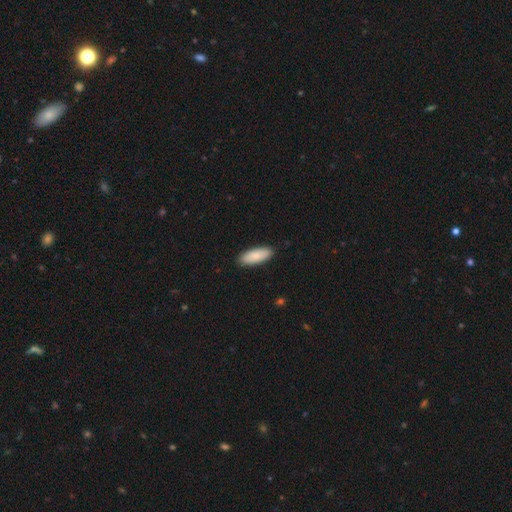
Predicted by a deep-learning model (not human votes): Smooth or featured: smooth — 88% (featured or disk — 7%)
How rounded: in between — 72% (cigar-shaped — 26%)
Merging: none — 90% (minor disturbance — 7%)